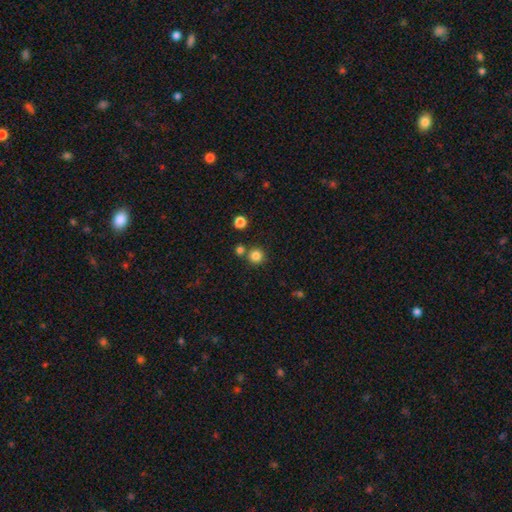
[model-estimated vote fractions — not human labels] Morphology: type=smooth (83%); roundness=round (94%); merging=none (76%).